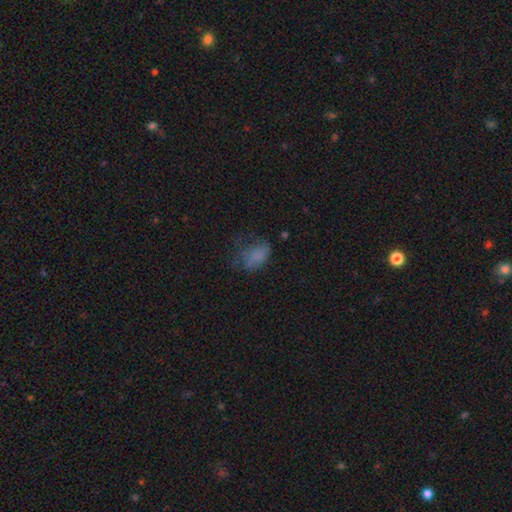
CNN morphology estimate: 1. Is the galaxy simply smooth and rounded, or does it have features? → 66% smooth, 18% featured or disk, 16% star or artifact.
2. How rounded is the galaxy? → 83% in between, 15% round, 2% cigar-shaped.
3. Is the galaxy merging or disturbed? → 36% none, 34% major disturbance, 28% minor disturbance, 3% merger.